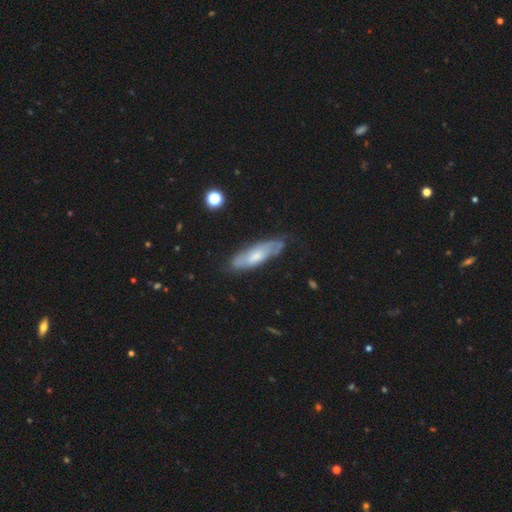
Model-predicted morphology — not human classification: smooth_or_featured: featured or disk (p=0.49) [alt: smooth p=0.45]
merging: none (p=0.67) [alt: minor disturbance p=0.24]